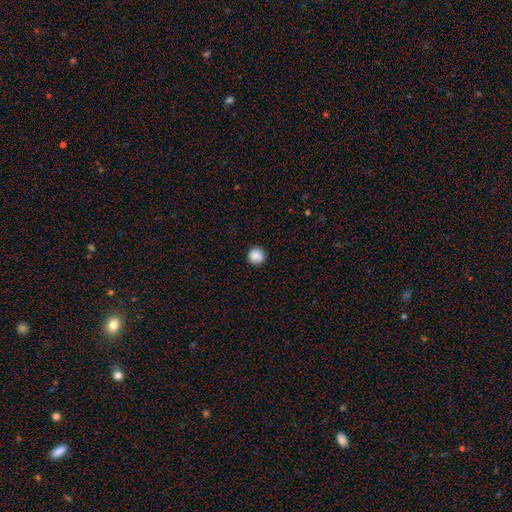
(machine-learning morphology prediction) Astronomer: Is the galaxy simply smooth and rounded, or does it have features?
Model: smooth — 87%.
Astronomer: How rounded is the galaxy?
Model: round — 95%.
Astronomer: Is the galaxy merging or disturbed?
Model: none — 89%.